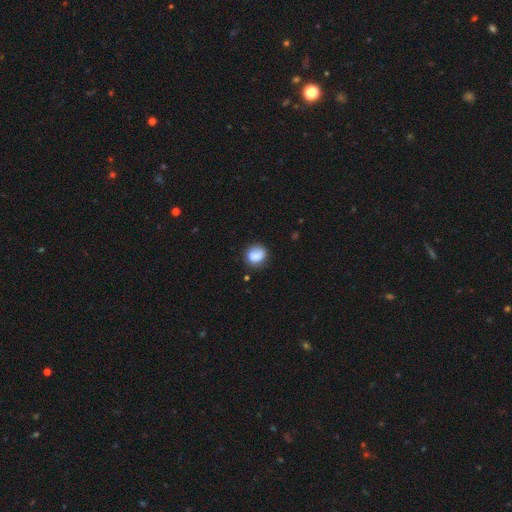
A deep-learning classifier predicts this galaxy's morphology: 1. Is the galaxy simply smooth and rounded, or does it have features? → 81% smooth, 10% featured or disk, 8% star or artifact.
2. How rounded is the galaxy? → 73% round, 26% in between, 1% cigar-shaped.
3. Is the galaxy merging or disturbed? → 72% none, 20% minor disturbance, 6% major disturbance, 3% merger.